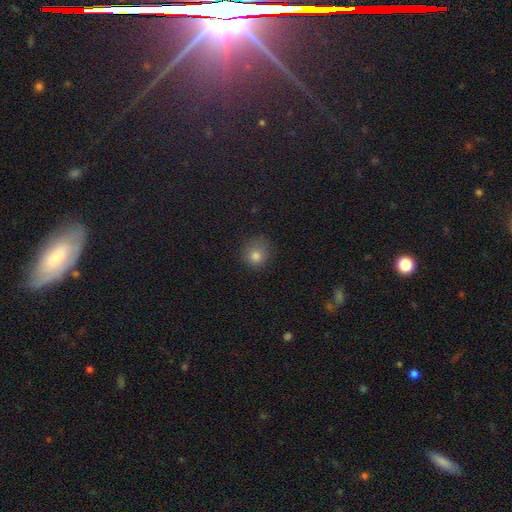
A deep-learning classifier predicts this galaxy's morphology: smooth_or_featured: smooth (p=0.79) [alt: star or artifact p=0.15]
how_rounded: round (p=0.87) [alt: in between p=0.12]
merging: none (p=0.75) [alt: minor disturbance p=0.18]